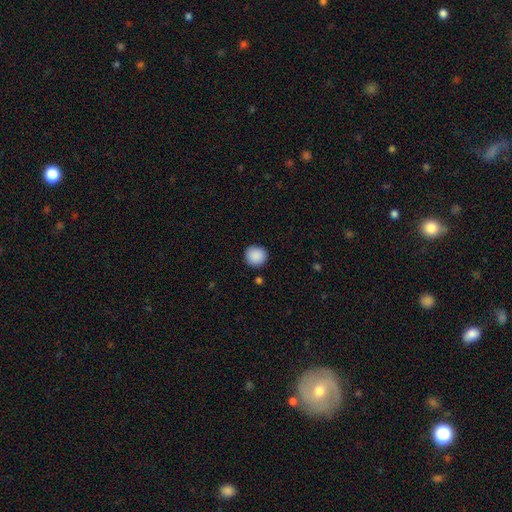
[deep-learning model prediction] A smooth galaxy with no disk features (90%) that is round (94%).

Vote fractions:
- Smooth or featured? smooth: 90% / star or artifact: 8% / featured or disk: 3%
- How rounded? round: 94% / in between: 5% / cigar-shaped: 1%
- Merging? none: 90% / minor disturbance: 6% / major disturbance: 2% / merger: 2%